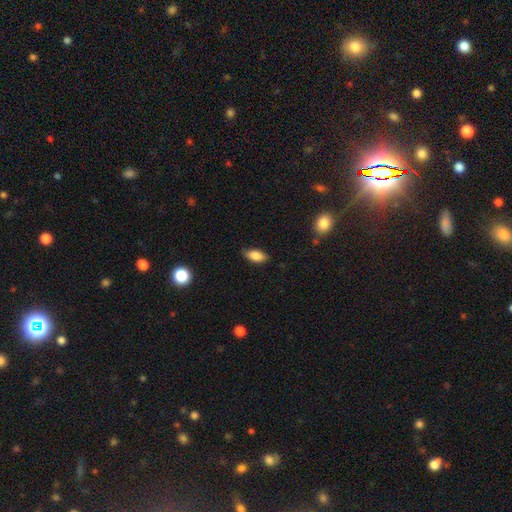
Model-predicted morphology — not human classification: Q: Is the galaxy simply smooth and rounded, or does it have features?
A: smooth — 85%.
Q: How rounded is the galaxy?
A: in between — 88%.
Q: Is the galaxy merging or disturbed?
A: none — 79%.